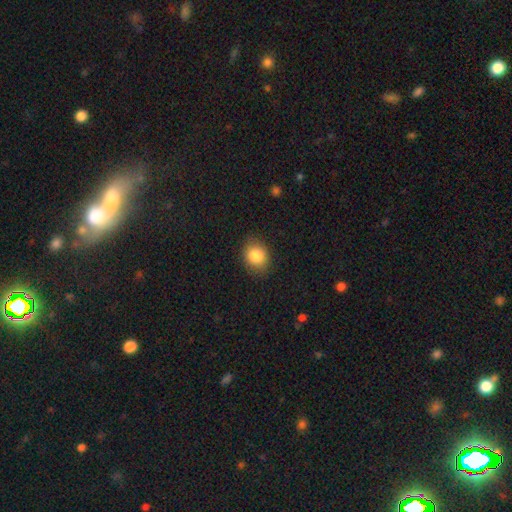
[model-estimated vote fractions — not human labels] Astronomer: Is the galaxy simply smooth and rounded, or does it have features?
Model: smooth — 85%.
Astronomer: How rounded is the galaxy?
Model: round — 57% (runner-up: in between, 42%).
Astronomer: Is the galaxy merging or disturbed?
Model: none — 85%.